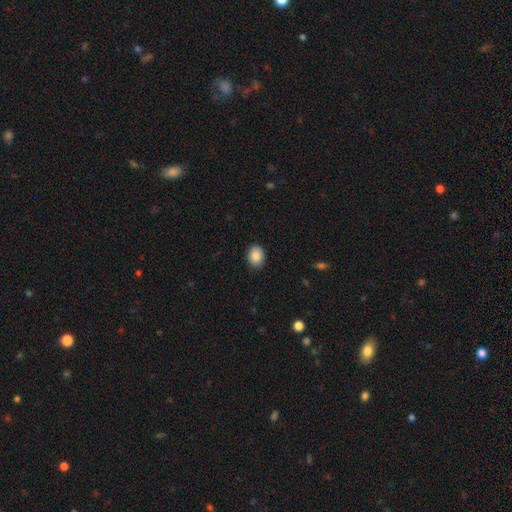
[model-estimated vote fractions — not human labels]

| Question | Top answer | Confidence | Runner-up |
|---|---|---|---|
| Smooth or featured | smooth | 88% | star or artifact (8%) |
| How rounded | in between | 62% | round (37%) |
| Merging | none | 87% | minor disturbance (10%) |